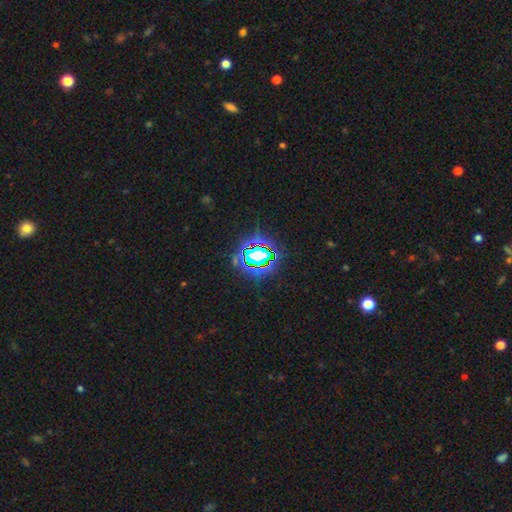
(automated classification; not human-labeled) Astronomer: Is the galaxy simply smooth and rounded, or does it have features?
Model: star or artifact — 73%.